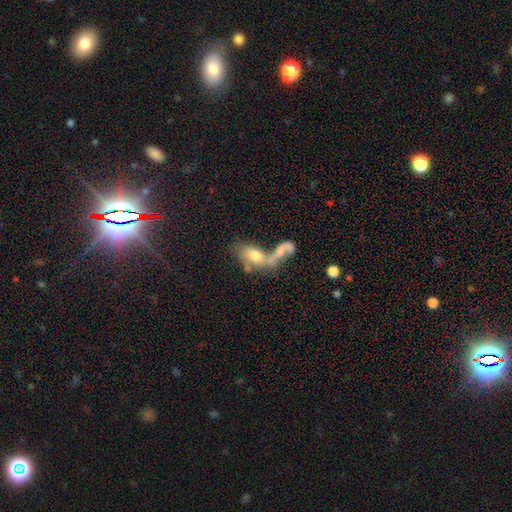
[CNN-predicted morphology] A star or artifact, not a galaxy (53%).